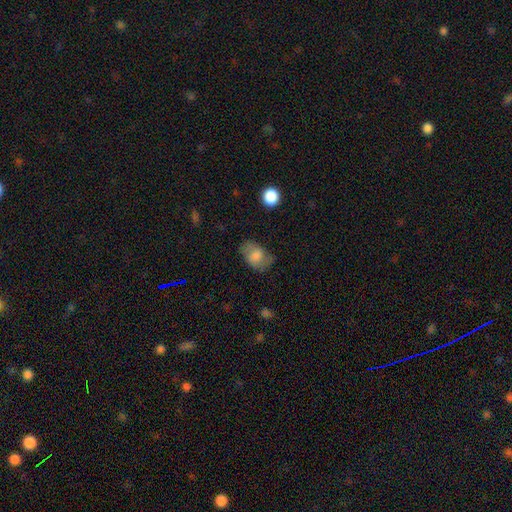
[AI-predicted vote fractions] A smooth galaxy with no disk features (71%) that is in between round and cigar-shaped (80%).

Vote fractions:
- Smooth or featured? smooth: 71% / featured or disk: 20% / star or artifact: 9%
- How rounded? in between: 80% / round: 18% / cigar-shaped: 1%
- Merging? none: 59% / minor disturbance: 26% / major disturbance: 13% / merger: 2%